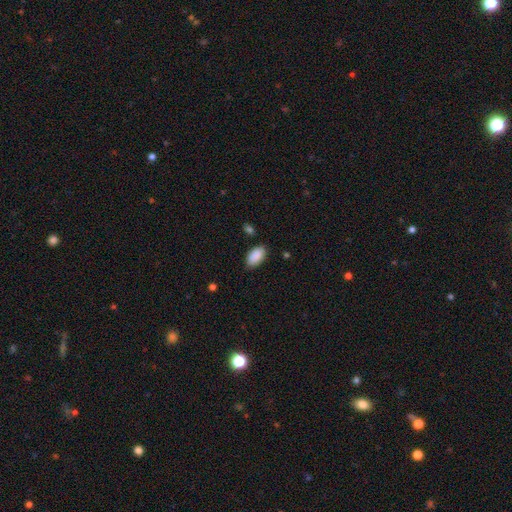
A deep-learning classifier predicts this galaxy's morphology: A smooth galaxy with no disk features (90%) that is in between round and cigar-shaped (95%). Merging: none (84%).